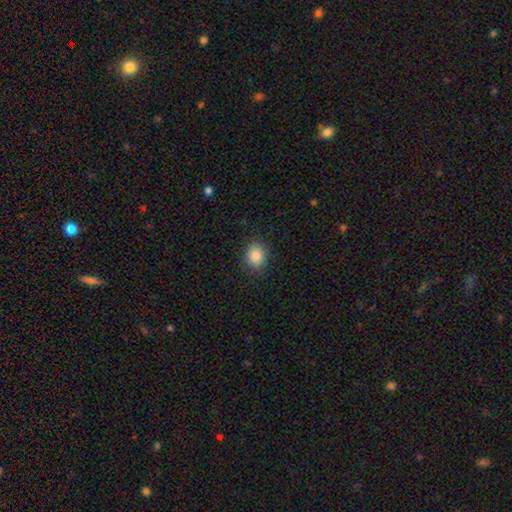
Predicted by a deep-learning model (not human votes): smooth_or_featured: smooth (p=0.87) [alt: star or artifact p=0.09]
how_rounded: round (p=0.51) [alt: in between p=0.48]
merging: none (p=0.86) [alt: minor disturbance p=0.10]